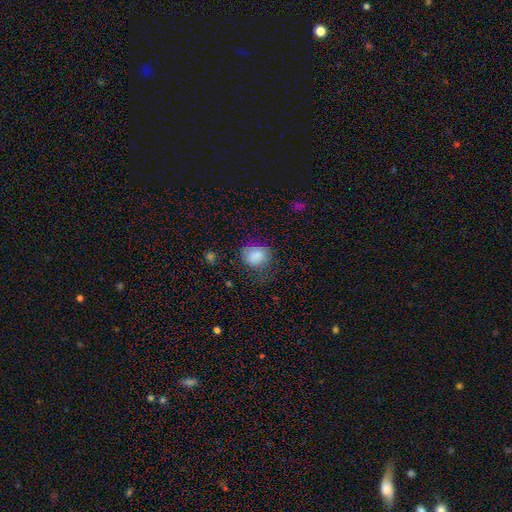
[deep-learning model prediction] Smooth or featured? smooth (84%)
How rounded? round (59%)
Merging? none (65%)